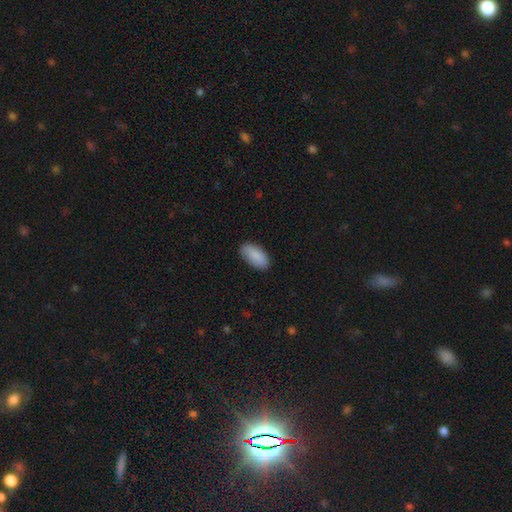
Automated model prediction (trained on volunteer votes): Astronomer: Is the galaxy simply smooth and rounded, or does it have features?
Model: smooth — 90%.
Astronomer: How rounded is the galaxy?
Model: in between — 94%.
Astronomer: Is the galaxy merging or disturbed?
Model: none — 86%.